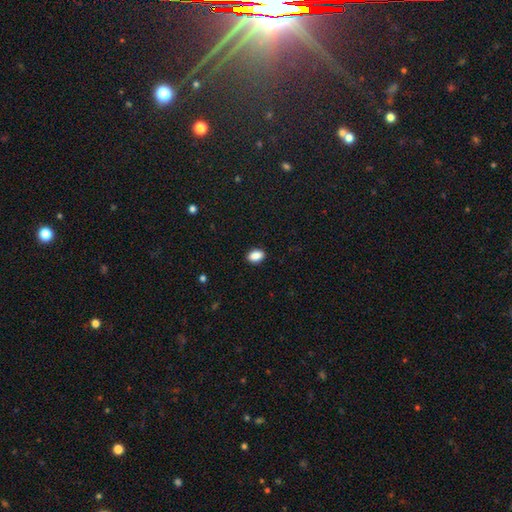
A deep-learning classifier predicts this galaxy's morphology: Q: Smooth or featured?
A: smooth (88%); runner-up: star or artifact (8%)
Q: How rounded?
A: in between (82%); runner-up: round (16%)
Q: Merging?
A: none (90%); runner-up: minor disturbance (8%)